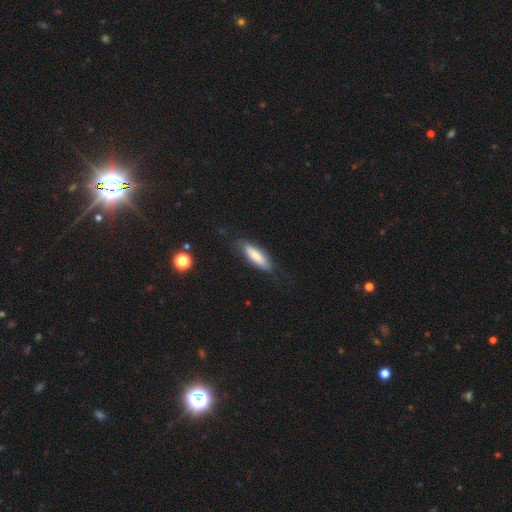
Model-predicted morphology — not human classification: Smooth or featured: smooth — 76% (featured or disk — 18%)
How rounded: in between — 51% (cigar-shaped — 47%)
Merging: none — 77% (minor disturbance — 17%)